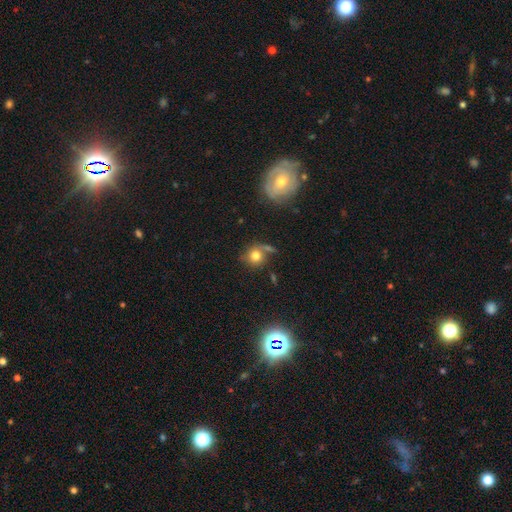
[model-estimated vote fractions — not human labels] This appears to be a smooth galaxy with no disk features (75%) that is round (84%). Merging: none (62%).